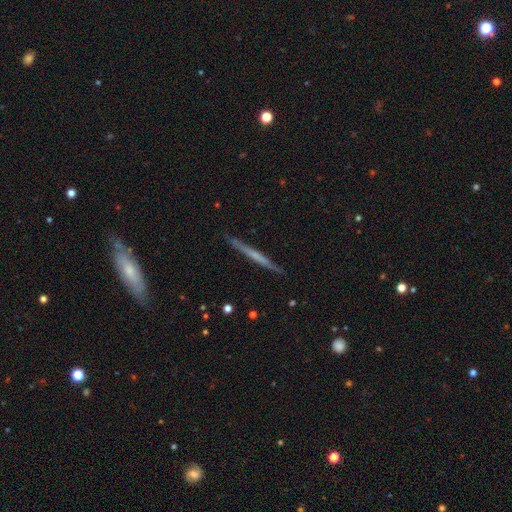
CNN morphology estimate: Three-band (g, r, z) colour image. It shows a featured or disk galaxy (55%) viewed edge-on (97%) with no central bulge (83%). Merging: none (90%).